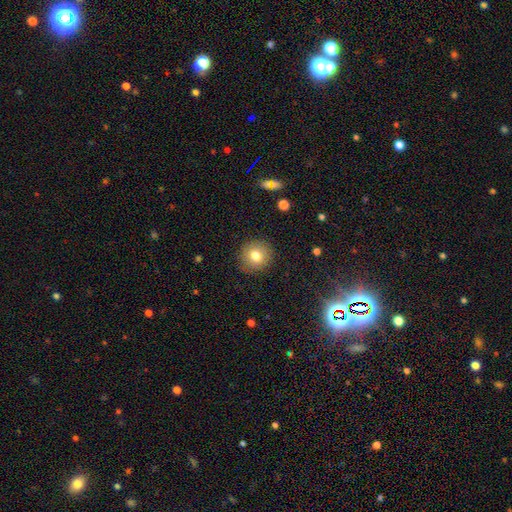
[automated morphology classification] Q: Smooth or featured?
A: smooth (78%); runner-up: featured or disk (11%)
Q: How rounded?
A: round (91%); runner-up: in between (8%)
Q: Merging?
A: none (89%); runner-up: minor disturbance (8%)